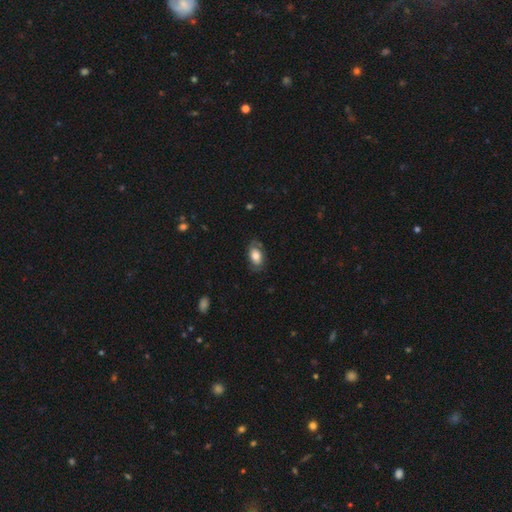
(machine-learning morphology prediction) smooth_or_featured: smooth (p=0.61) [alt: featured or disk p=0.32]
how_rounded: in between (p=0.89) [alt: round p=0.09]
merging: none (p=0.73) [alt: minor disturbance p=0.19]